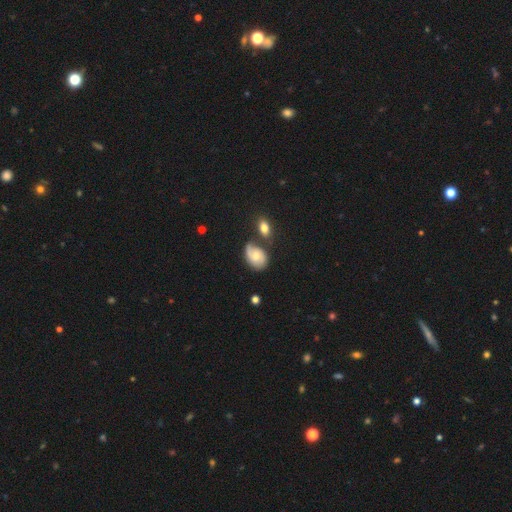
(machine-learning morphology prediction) The model was most divided on "bulge size": moderate: 50%, small: 40%, large: 5%, none: 4%, dominant: 1%. More confident: edge-on disk — no (97%); spiral arms — yes (87%); bar — no (67%); smooth or featured — featured or disk (57%); merging — none (54%).